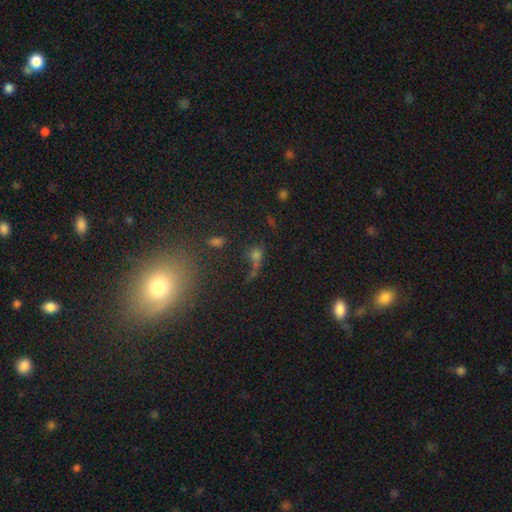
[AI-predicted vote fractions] Smooth or featured? smooth (49%)
Merging? none (41%)